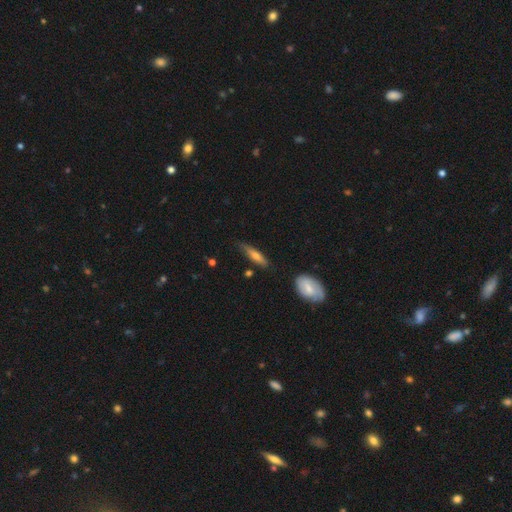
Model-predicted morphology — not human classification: Q: Smooth or featured?
A: smooth (62%); runner-up: featured or disk (32%)
Q: How rounded?
A: cigar-shaped (74%); runner-up: in between (24%)
Q: Merging?
A: none (69%); runner-up: minor disturbance (24%)